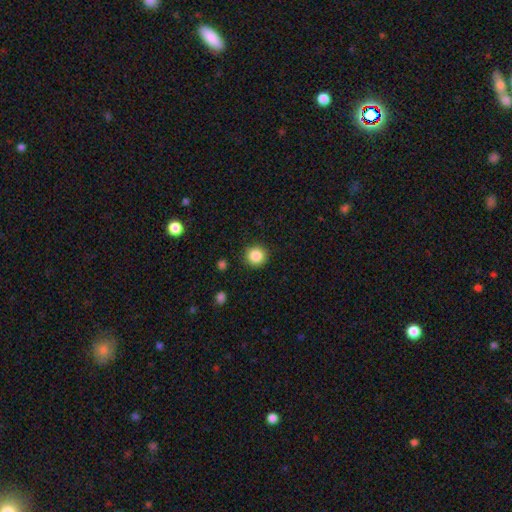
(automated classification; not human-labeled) A smooth galaxy with no disk features (87%) that is round (93%).

Vote fractions:
- Smooth or featured? smooth: 87% / star or artifact: 10% / featured or disk: 4%
- How rounded? round: 93% / in between: 6% / cigar-shaped: 1%
- Merging? none: 90% / minor disturbance: 7% / major disturbance: 2% / merger: 1%